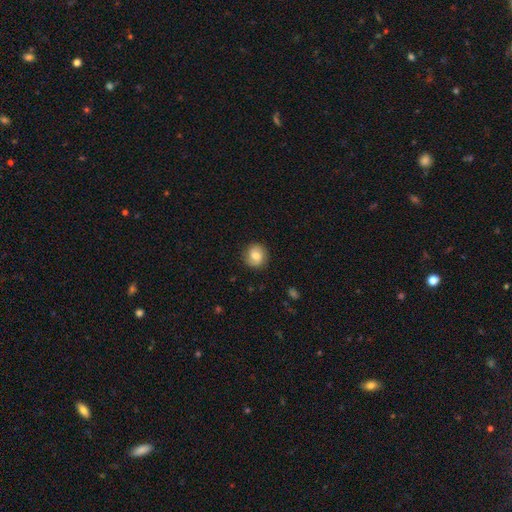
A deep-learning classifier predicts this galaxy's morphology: smooth_or_featured: smooth (p=0.69) [alt: featured or disk p=0.23]
how_rounded: round (p=0.87) [alt: in between p=0.12]
merging: none (p=0.85) [alt: minor disturbance p=0.11]